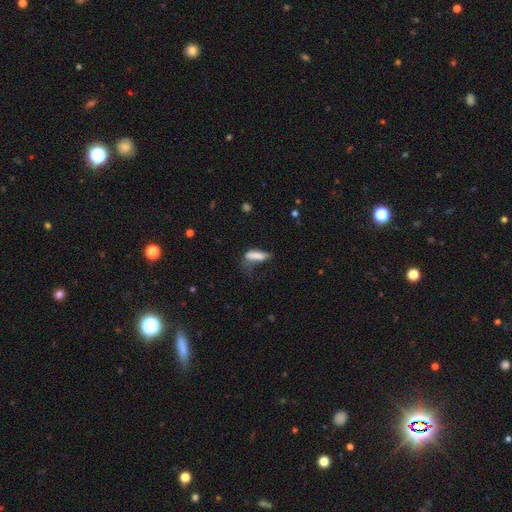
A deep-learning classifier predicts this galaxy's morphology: smooth_or_featured: smooth (p=0.77) [alt: featured or disk p=0.14]
how_rounded: cigar-shaped (p=0.55) [alt: in between p=0.42]
merging: major disturbance (p=0.34) [alt: minor disturbance p=0.31]